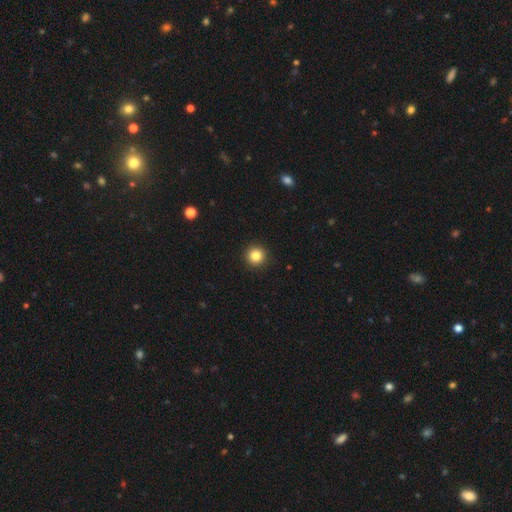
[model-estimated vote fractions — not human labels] Smooth or featured? Predicted: smooth (p=0.84). How rounded? Predicted: round (p=0.95). Merging? Predicted: none (p=0.93).